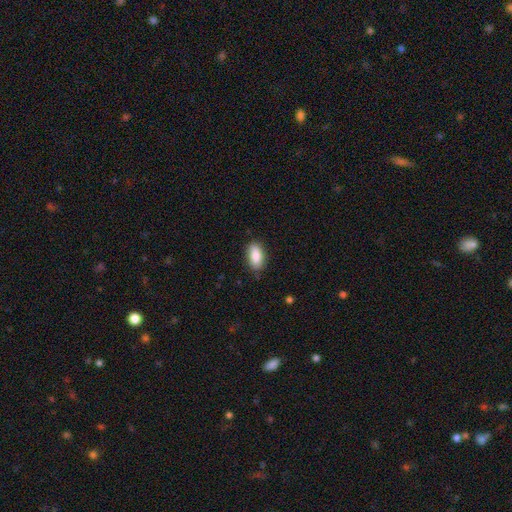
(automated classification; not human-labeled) Overall: smooth (86%). How rounded: in between (89%). Merging: none (84%).